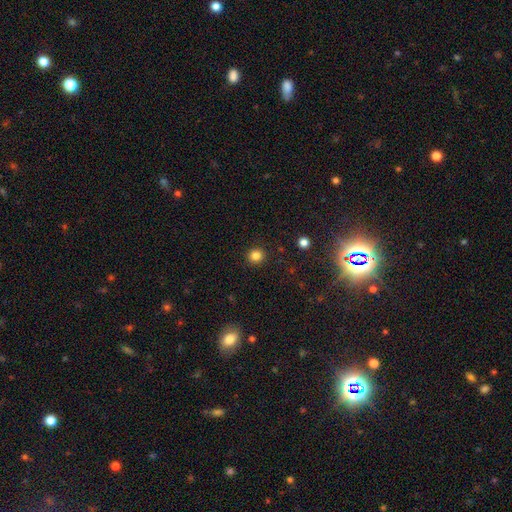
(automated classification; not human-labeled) Smooth or featured: smooth — 84% (star or artifact — 12%)
How rounded: round — 89% (in between — 10%)
Merging: none — 92% (minor disturbance — 5%)